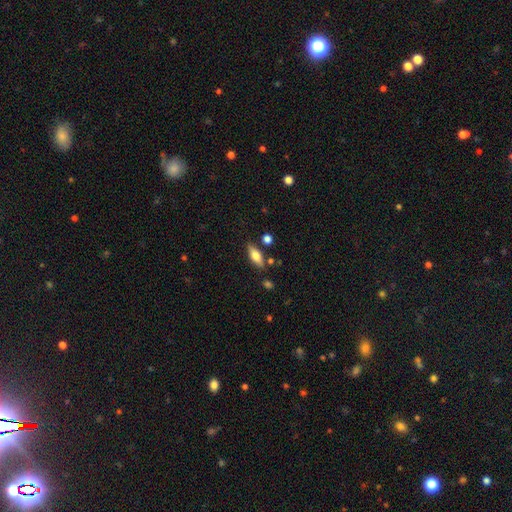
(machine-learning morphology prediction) The model was most divided on "smooth or featured": smooth: 67%, featured or disk: 26%, star or artifact: 7%. More confident: merging — none (80%); how rounded — in between (71%).